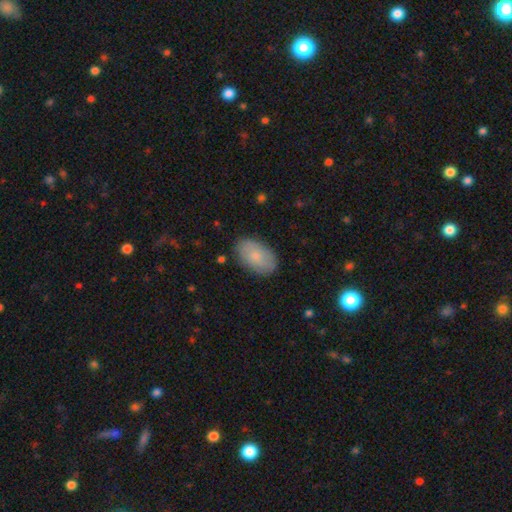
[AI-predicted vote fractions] Q: Smooth or featured?
A: smooth (78%); runner-up: featured or disk (15%)
Q: How rounded?
A: in between (93%); runner-up: round (6%)
Q: Merging?
A: none (84%); runner-up: minor disturbance (12%)